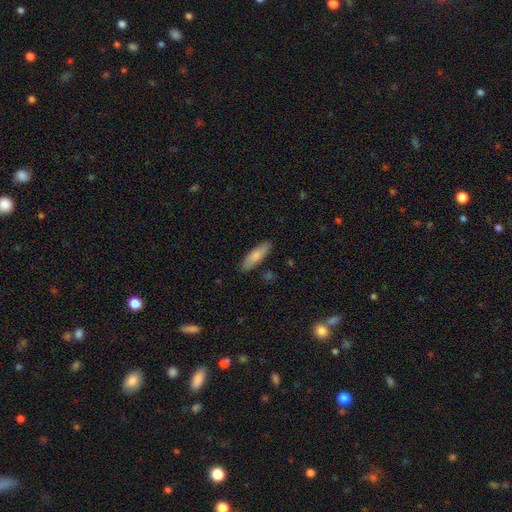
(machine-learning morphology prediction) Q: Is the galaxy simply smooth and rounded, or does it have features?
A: smooth — 82%.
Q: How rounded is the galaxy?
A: cigar-shaped — 52%.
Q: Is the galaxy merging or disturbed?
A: none — 87%.